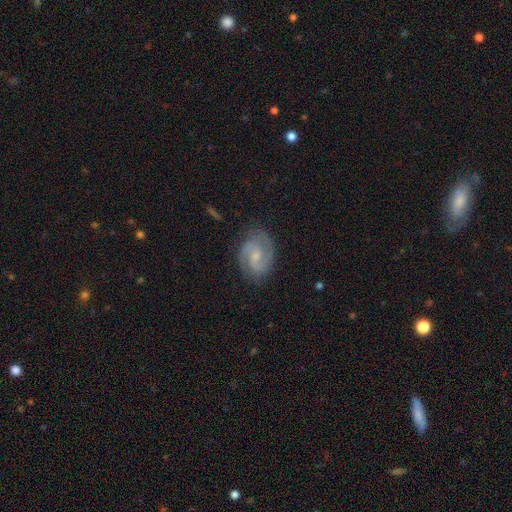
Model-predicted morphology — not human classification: Smooth or featured?
  - featured or disk: 84% *
  - smooth: 10%
  - star or artifact: 5%
Edge-on disk?
  - no: 98% *
  - yes: 2%
Bar?
  - weak: 48% *
  - no: 44%
  - strong: 8%
Spiral arms?
  - yes: 97% *
  - no: 3%
Spiral winding?
  - medium: 51% *
  - tight: 36%
  - loose: 13%
Spiral arm count?
  - 2: 88% *
  - can't tell: 5%
  - 3: 3%
  - 1: 2%
  - 4: 1%
  - more than 4: 1%
Bulge size?
  - small: 56% *
  - moderate: 32%
  - none: 9%
  - large: 2%
  - dominant: 1%
Merging?
  - none: 80% *
  - minor disturbance: 14%
  - major disturbance: 4%
  - merger: 1%